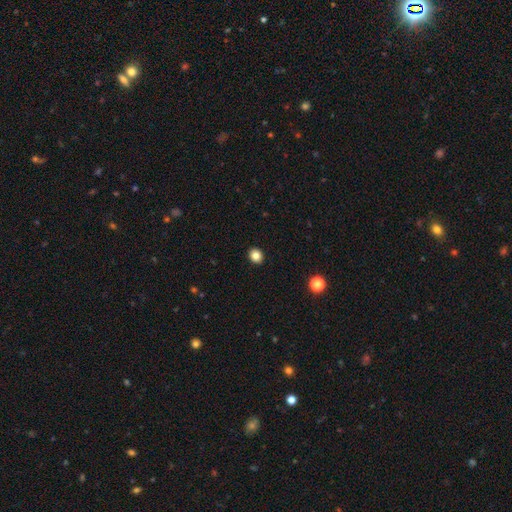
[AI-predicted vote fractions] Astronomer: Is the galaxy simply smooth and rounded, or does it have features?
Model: smooth — 84%.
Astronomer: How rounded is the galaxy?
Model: round — 69%.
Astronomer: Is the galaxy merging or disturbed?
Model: none — 92%.